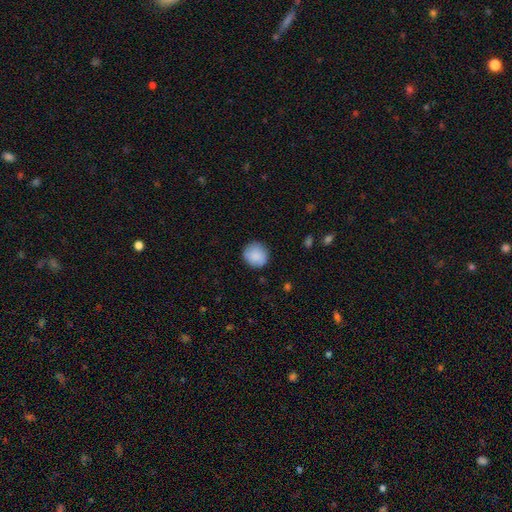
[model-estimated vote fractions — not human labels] Q: Smooth or featured?
A: smooth (87%); runner-up: star or artifact (7%)
Q: How rounded?
A: round (90%); runner-up: in between (9%)
Q: Merging?
A: none (85%); runner-up: minor disturbance (12%)